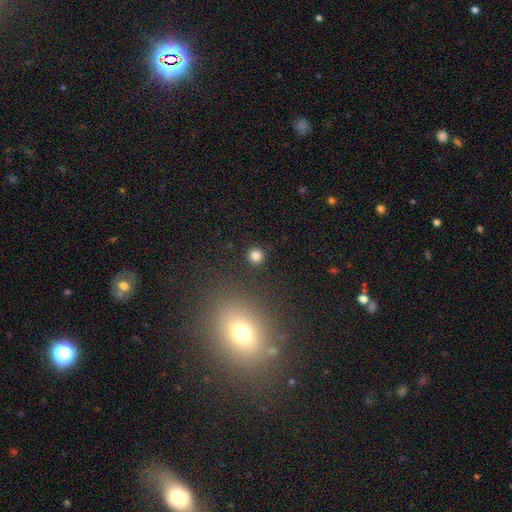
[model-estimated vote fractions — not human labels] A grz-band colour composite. It shows a smooth galaxy with no disk features (81%) that is round (94%). Merging: none (91%).